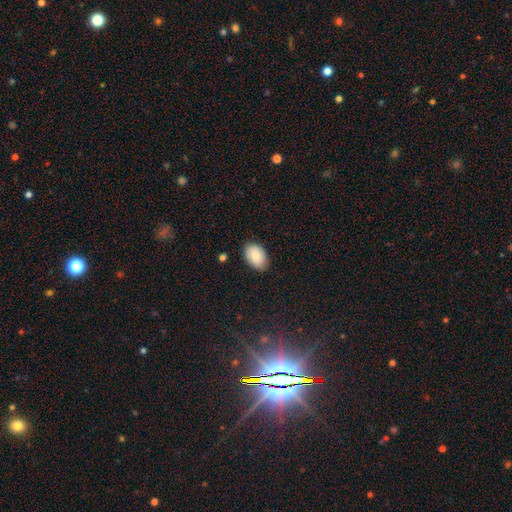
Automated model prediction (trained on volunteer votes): smooth-or-featured: smooth: 81% | featured or disk: 11% | star or artifact: 7%
  how-rounded: in between: 85% | round: 14% | cigar-shaped: 1%
  merging: none: 83% | minor disturbance: 13% | major disturbance: 2% | merger: 1%